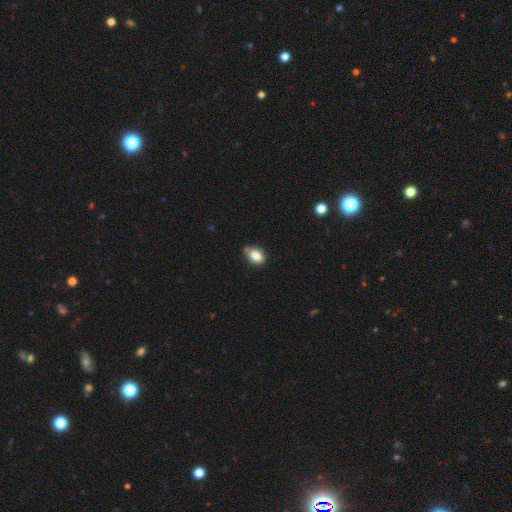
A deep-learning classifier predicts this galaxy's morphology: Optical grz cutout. It shows a smooth galaxy with no disk features (82%) that is in between round and cigar-shaped (77%). Merging: none (60%).